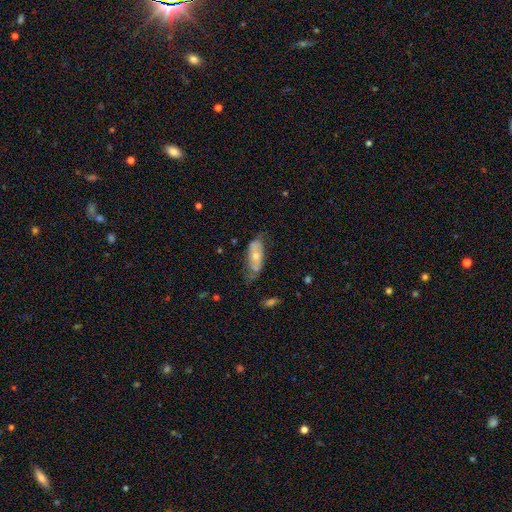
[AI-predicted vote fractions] Smooth or featured: smooth — 49% (featured or disk — 44%)
Merging: none — 53% (minor disturbance — 31%)